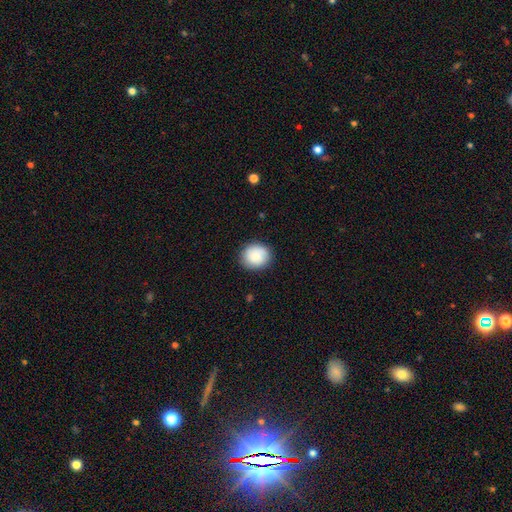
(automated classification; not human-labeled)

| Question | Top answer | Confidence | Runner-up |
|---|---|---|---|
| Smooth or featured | smooth | 86% | star or artifact (7%) |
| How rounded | round | 82% | in between (17%) |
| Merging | none | 87% | minor disturbance (10%) |